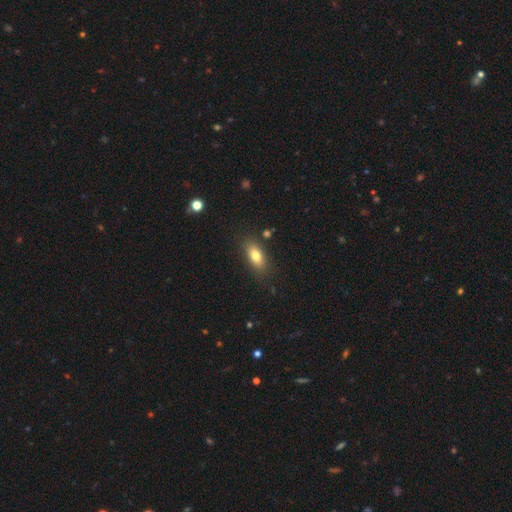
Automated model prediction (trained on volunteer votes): Overall: smooth (79%). How rounded: in between (84%). Merging: none (83%).